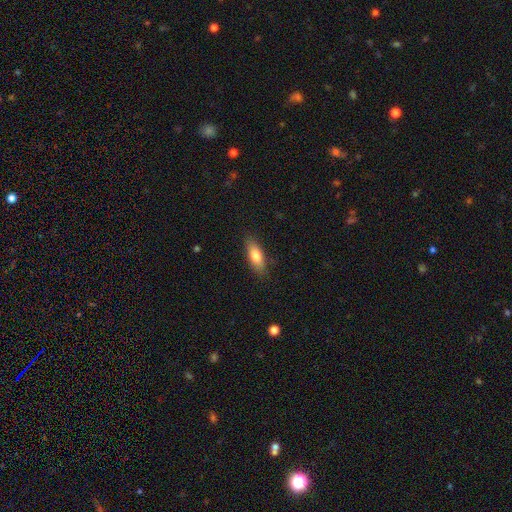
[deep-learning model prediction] The model was most divided on "how rounded": in between: 67%, cigar-shaped: 30%, round: 3%. More confident: merging — none (84%); smooth or featured — smooth (76%).